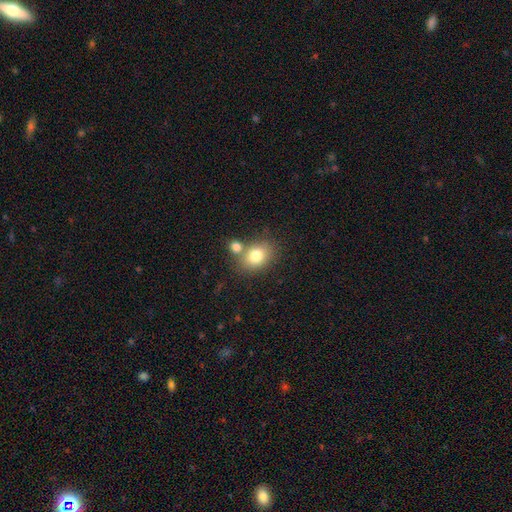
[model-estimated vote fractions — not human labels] Morphology: type=smooth (79%); roundness=in between (63%); merging=none (58%).